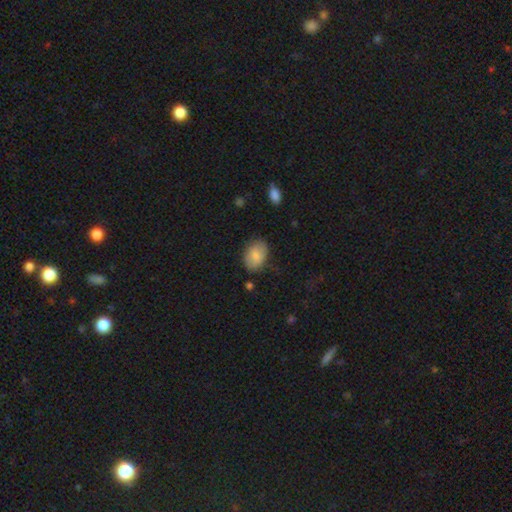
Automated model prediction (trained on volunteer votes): smooth_or_featured: smooth (p=0.80) [alt: featured or disk p=0.13]
how_rounded: in between (p=0.85) [alt: round p=0.14]
merging: none (p=0.77) [alt: minor disturbance p=0.18]